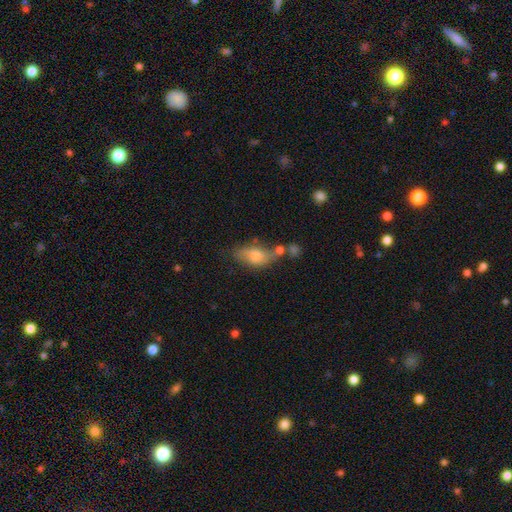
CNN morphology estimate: Smooth or featured?
  - smooth: 69% *
  - featured or disk: 22%
  - star or artifact: 9%
How rounded?
  - in between: 88% *
  - cigar-shaped: 6%
  - round: 6%
Merging?
  - none: 34% *
  - minor disturbance: 25%
  - merger: 23%
  - major disturbance: 18%